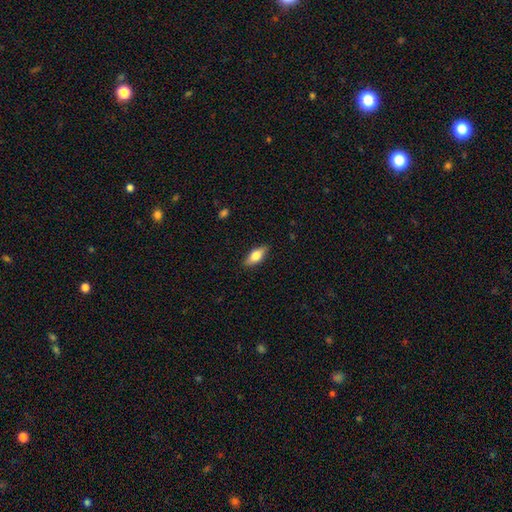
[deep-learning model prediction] This appears to be a smooth galaxy with no disk features (73%) that is in between round and cigar-shaped (80%). Merging: none (87%).